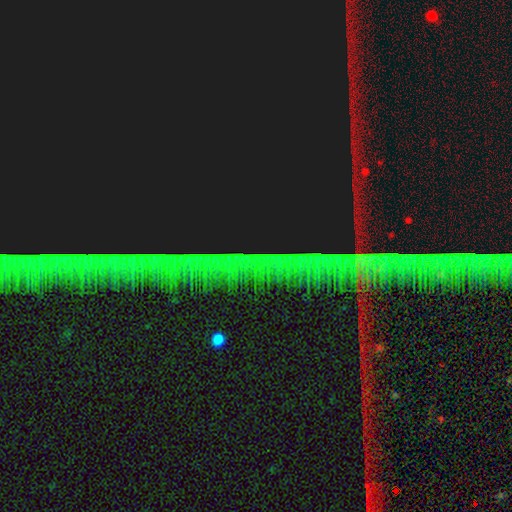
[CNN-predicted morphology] Smooth or featured?
  - star or artifact: 83% *
  - featured or disk: 9%
  - smooth: 8%